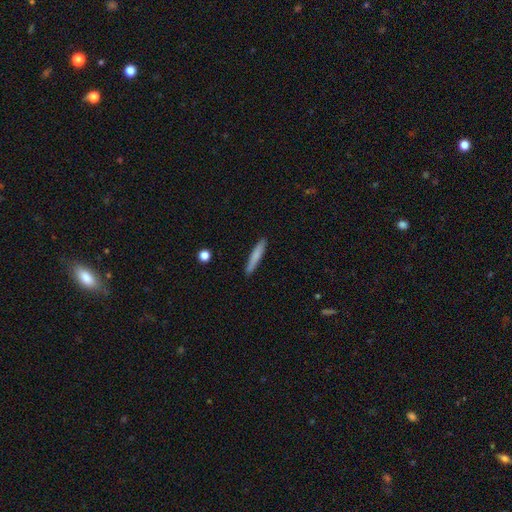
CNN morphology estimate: Smooth or featured? smooth (76%)
How rounded? cigar-shaped (94%)
Merging? none (88%)